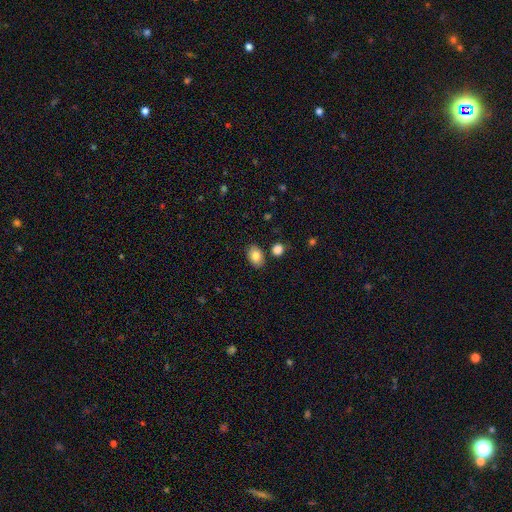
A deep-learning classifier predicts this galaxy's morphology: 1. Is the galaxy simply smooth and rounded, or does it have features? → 83% smooth, 10% featured or disk, 8% star or artifact.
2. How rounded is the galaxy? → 83% in between, 16% round, 1% cigar-shaped.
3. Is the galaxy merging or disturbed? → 83% none, 10% minor disturbance, 4% merger, 2% major disturbance.